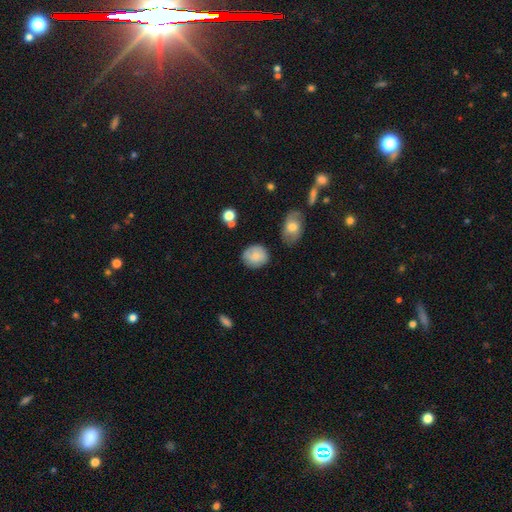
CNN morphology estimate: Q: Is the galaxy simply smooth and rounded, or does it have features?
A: smooth — 81%.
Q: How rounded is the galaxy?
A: round — 72%.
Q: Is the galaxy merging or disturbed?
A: none — 76%.